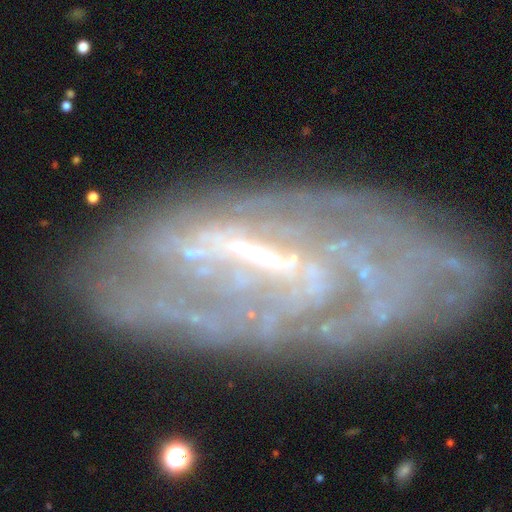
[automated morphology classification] The model was most divided on "bulge size": small: 43%, none: 27%, moderate: 24%, large: 3%, dominant: 2%. More confident: edge-on disk — no (86%); smooth or featured — featured or disk (77%); spiral arms — yes (76%); merging — none (71%); spiral winding — tight (61%); spiral arm count — can't tell (59%); bar — strong (52%).